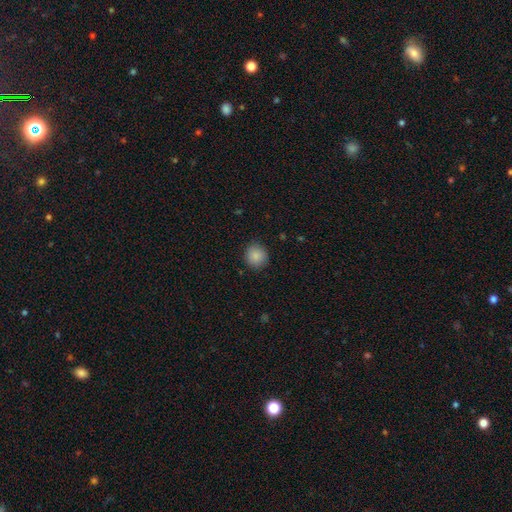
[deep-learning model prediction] A smooth galaxy with no disk features (87%) that is round (90%).

Vote fractions:
- Smooth or featured? smooth: 87% / star or artifact: 9% / featured or disk: 4%
- How rounded? round: 90% / in between: 9% / cigar-shaped: 1%
- Merging? none: 88% / minor disturbance: 8% / major disturbance: 2% / merger: 1%